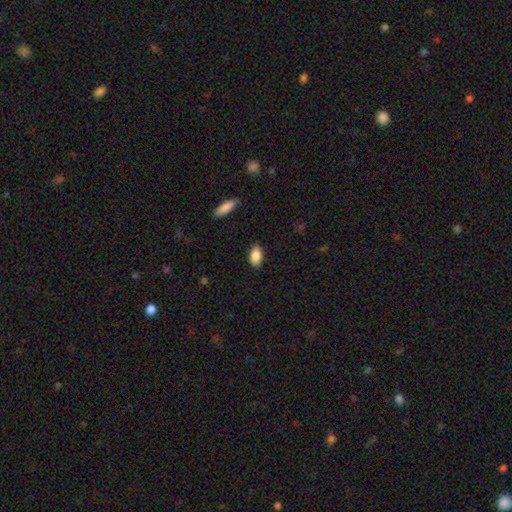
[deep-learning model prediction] smooth_or_featured: smooth (p=0.87) [alt: star or artifact p=0.07]
how_rounded: in between (p=0.92) [alt: round p=0.04]
merging: none (p=0.87) [alt: minor disturbance p=0.10]